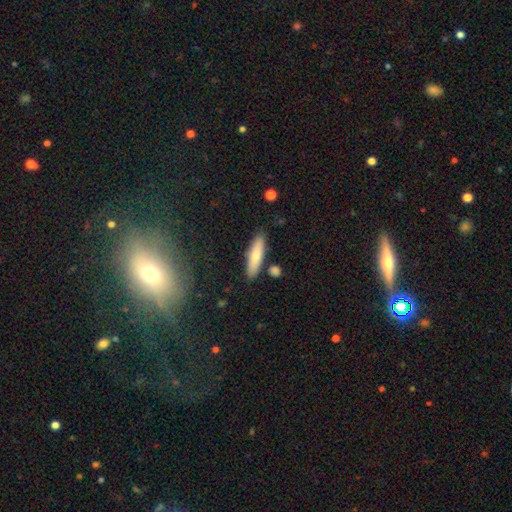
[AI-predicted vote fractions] Morphology: type=smooth (73%); roundness=cigar-shaped (68%); merging=none (84%).